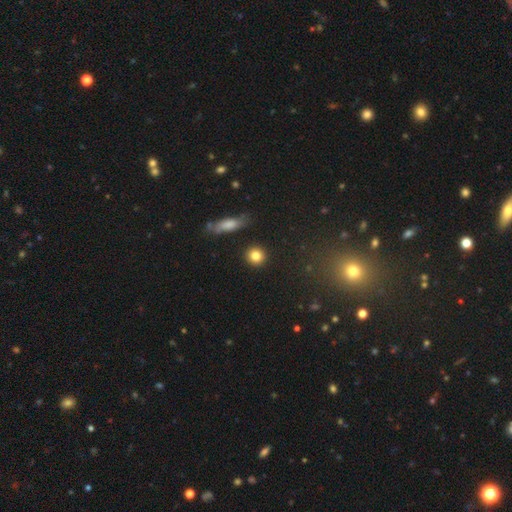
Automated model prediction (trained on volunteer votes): smooth-or-featured: smooth: 83% | star or artifact: 10% | featured or disk: 7%
  how-rounded: round: 90% | in between: 9% | cigar-shaped: 2%
  merging: none: 89% | minor disturbance: 6% | merger: 3% | major disturbance: 2%